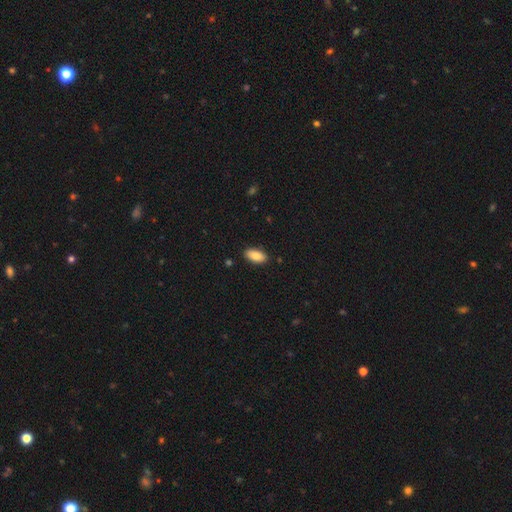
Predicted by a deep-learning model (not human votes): smooth_or_featured: smooth (p=0.87) [alt: star or artifact p=0.07]
how_rounded: in between (p=0.93) [alt: cigar-shaped p=0.05]
merging: none (p=0.88) [alt: minor disturbance p=0.09]